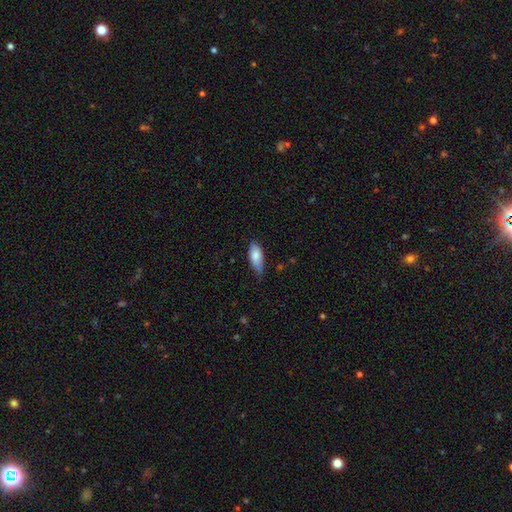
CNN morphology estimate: smooth 82%, featured or disk 12%, star or artifact 6%. Down the decision tree: how rounded — in between (83%); merging — none (62%).